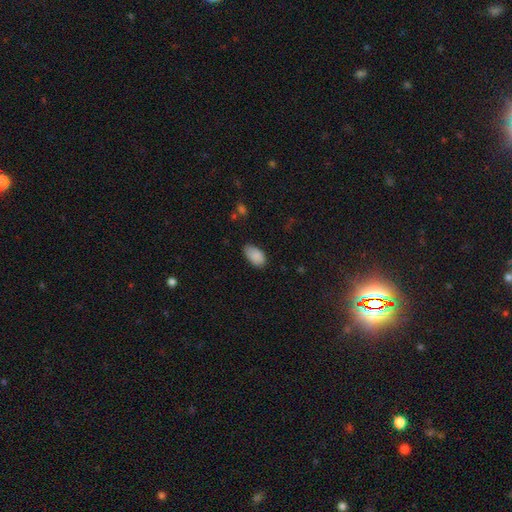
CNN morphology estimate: Smooth or featured: smooth — 88% (star or artifact — 7%)
How rounded: in between — 94% (round — 4%)
Merging: none — 71% (minor disturbance — 24%)